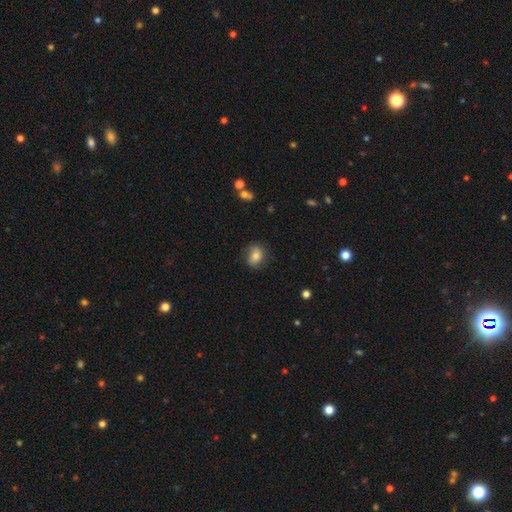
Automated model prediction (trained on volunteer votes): A smooth galaxy with no disk features (70%) that is round (55%). Merging: none (76%).